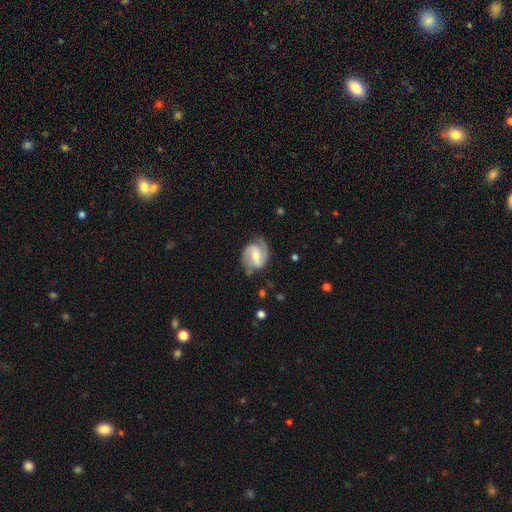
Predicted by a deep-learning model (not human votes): Q: Smooth or featured?
A: featured or disk (76%); runner-up: smooth (18%)
Q: Edge-on disk?
A: no (97%); runner-up: yes (3%)
Q: Bar?
A: weak (48%); runner-up: strong (29%)
Q: Spiral arms?
A: yes (93%); runner-up: no (7%)
Q: Spiral winding?
A: medium (48%); runner-up: tight (28%)
Q: Spiral arm count?
A: 2 (85%); runner-up: can't tell (6%)
Q: Bulge size?
A: moderate (52%); runner-up: small (40%)
Q: Merging?
A: none (69%); runner-up: minor disturbance (21%)